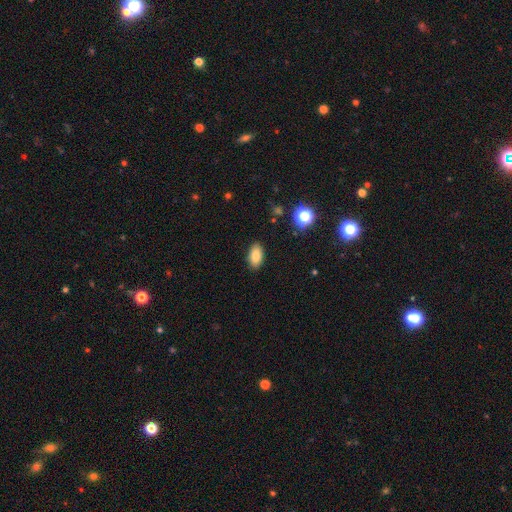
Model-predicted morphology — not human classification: The model was most divided on "smooth or featured": smooth: 82%, star or artifact: 9%, featured or disk: 9%. More confident: how rounded — in between (92%); merging — none (88%).